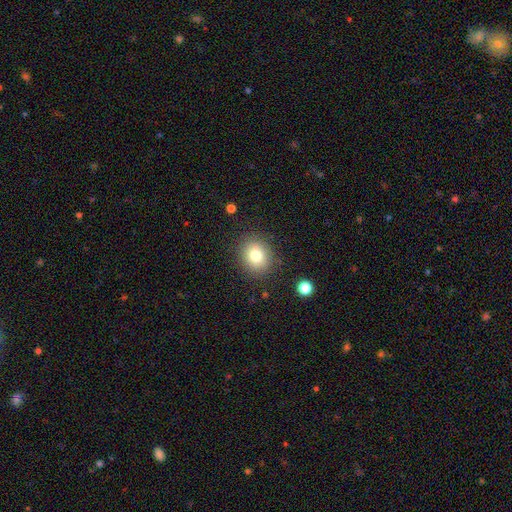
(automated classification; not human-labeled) The model was most divided on "how rounded": round: 70%, in between: 29%, cigar-shaped: 1%. More confident: merging — none (86%); smooth or featured — smooth (78%).